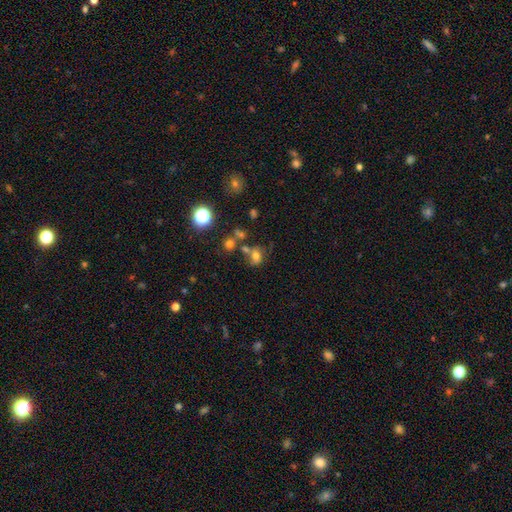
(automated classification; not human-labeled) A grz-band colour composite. It shows a smooth galaxy with no disk features (62%) that is round (51%). Merging: none (46%).